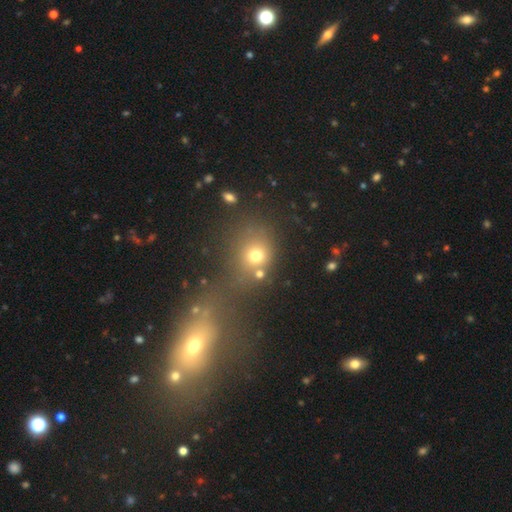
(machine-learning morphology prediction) smooth 68%, star or artifact 19%, featured or disk 13%. Down the decision tree: how rounded — round (72%); merging — none (47%).